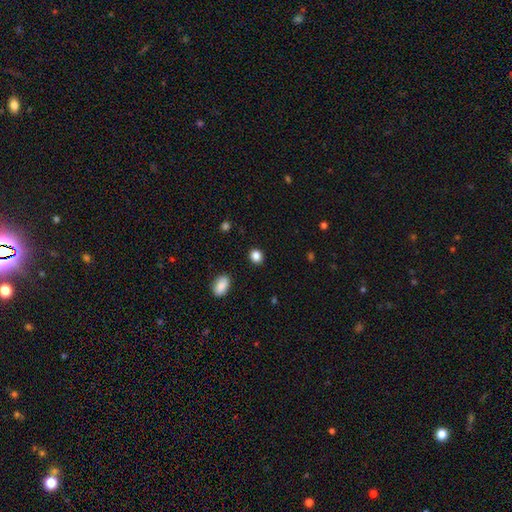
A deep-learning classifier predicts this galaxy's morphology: Smooth or featured? Predicted: smooth (p=0.86). How rounded? Predicted: round (p=0.72). Merging? Predicted: none (p=0.90).